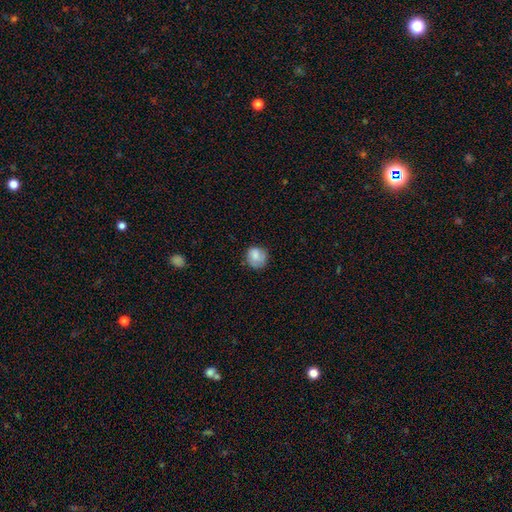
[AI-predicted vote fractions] Q: Smooth or featured?
A: smooth (75%); runner-up: featured or disk (16%)
Q: How rounded?
A: round (79%); runner-up: in between (20%)
Q: Merging?
A: none (66%); runner-up: minor disturbance (24%)